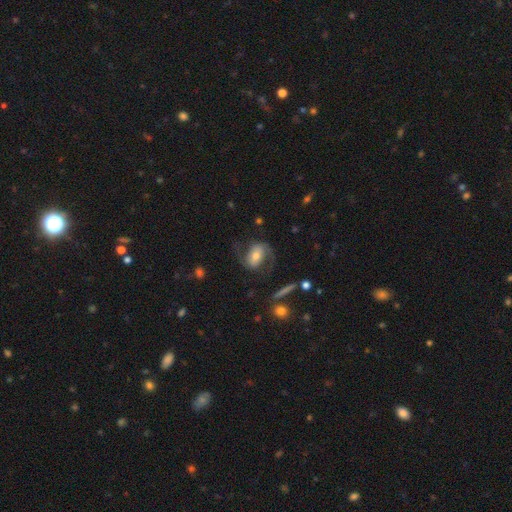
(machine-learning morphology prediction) Overall: featured or disk (73%). Edge-on disk: no (96%). Bar: weak (36%; no 32%). Spiral arms: yes (92%). Spiral arm count: 2 (89%). Spiral winding: medium (48%; loose 38%). Bulge size: moderate (57%; small 28%). Merging: none (67%).